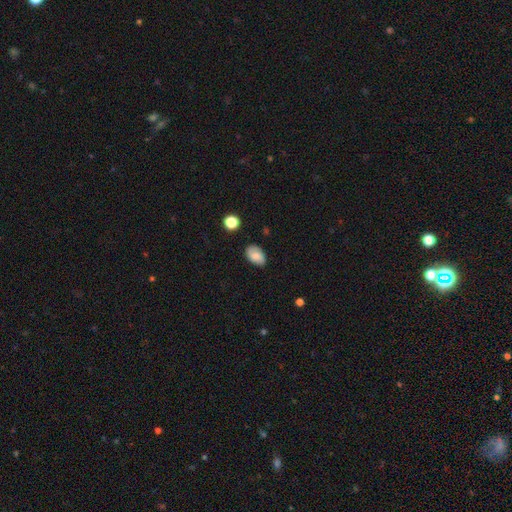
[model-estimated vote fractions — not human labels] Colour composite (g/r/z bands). It shows a smooth galaxy with no disk features (74%) that is in between round and cigar-shaped (88%). Merging: none (77%).